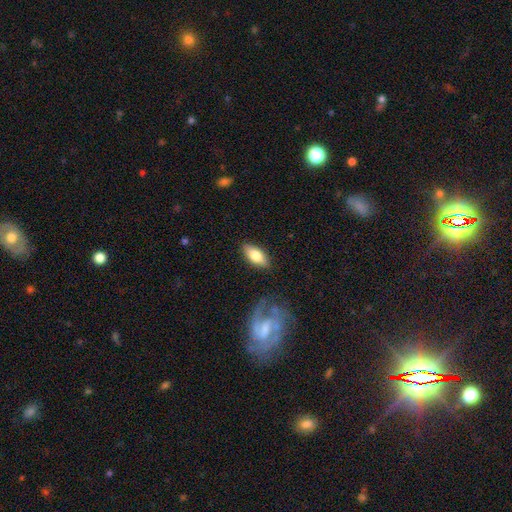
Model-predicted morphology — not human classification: This is likely a smooth galaxy (73%). How rounded: clearly in between (82%). Merging: clearly none (84%).